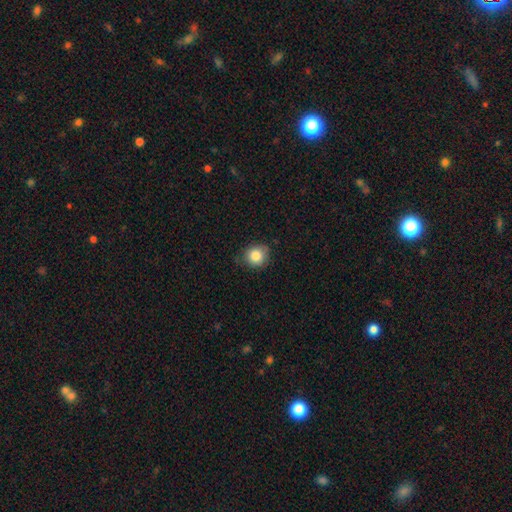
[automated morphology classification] Smooth or featured? Predicted: smooth (p=0.84). How rounded? Predicted: round (p=0.84). Merging? Predicted: none (p=0.75).